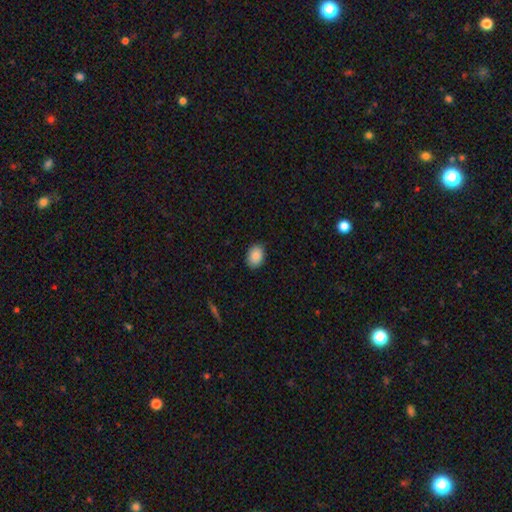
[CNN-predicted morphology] Smooth or featured?
  - smooth: 87% *
  - star or artifact: 8%
  - featured or disk: 5%
How rounded?
  - in between: 72% *
  - round: 27%
  - cigar-shaped: 1%
Merging?
  - none: 88% *
  - minor disturbance: 9%
  - major disturbance: 2%
  - merger: 1%